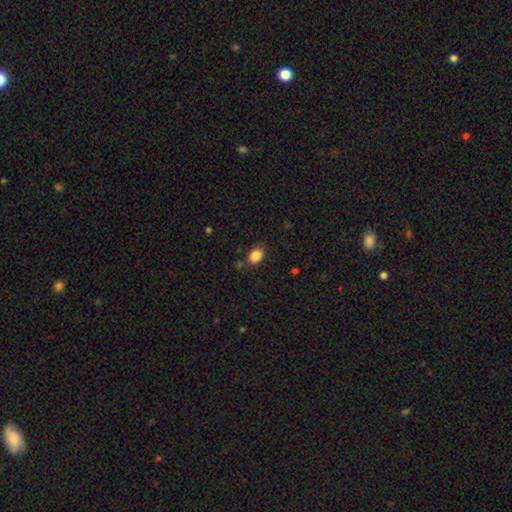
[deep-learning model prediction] Smooth or featured? smooth (86%)
How rounded? in between (59%)
Merging? none (81%)